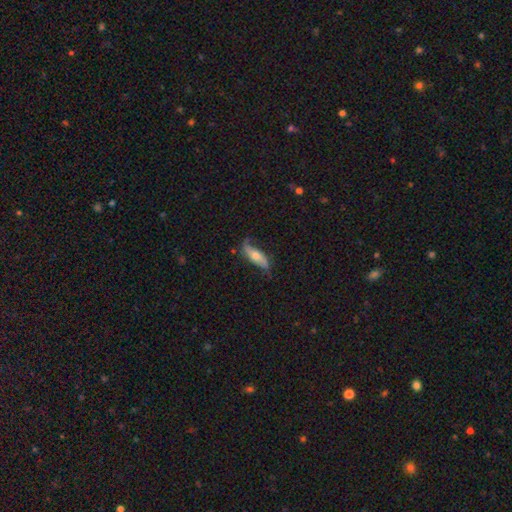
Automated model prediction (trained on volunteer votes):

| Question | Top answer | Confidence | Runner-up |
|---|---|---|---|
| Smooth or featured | featured or disk | 55% | smooth (39%) |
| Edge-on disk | no | 68% | yes (32%) |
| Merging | none | 60% | minor disturbance (27%) |